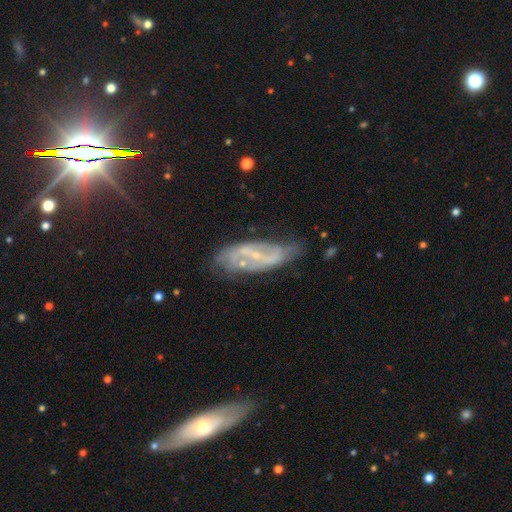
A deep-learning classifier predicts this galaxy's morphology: Smooth or featured? featured or disk (73%)
Edge-on disk? no (85%)
Bar? weak (41%)
Spiral arms? yes (73%)
Bulge size? small (71%)
Merging? none (59%)